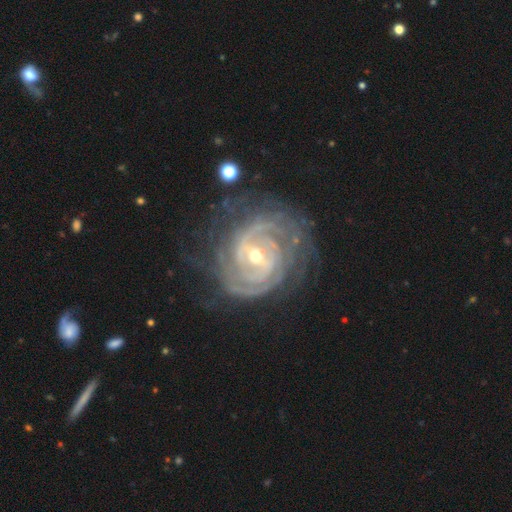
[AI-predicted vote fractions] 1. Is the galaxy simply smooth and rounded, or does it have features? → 91% featured or disk, 5% star or artifact, 4% smooth.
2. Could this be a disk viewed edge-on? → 97% no, 3% yes.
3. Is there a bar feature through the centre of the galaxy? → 45% weak, 30% strong, 25% no.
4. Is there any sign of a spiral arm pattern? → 98% yes, 2% no.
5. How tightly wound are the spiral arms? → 80% tight, 17% medium, 3% loose.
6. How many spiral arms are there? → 25% can't tell (tied), 25% 2 (tied), 20% 3, 16% 4, 8% more than 4, 7% 1.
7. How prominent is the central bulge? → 49% small, 48% moderate, 2% large, 1% none, 1% dominant.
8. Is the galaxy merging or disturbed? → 72% none, 18% minor disturbance, 9% major disturbance, 2% merger.